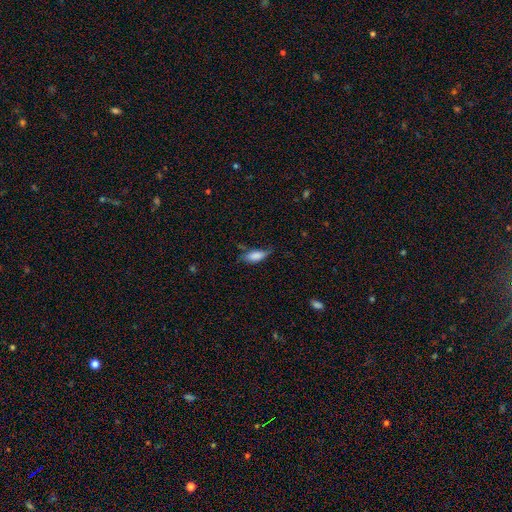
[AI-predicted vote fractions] Smooth or featured: smooth — 80% (featured or disk — 12%)
How rounded: in between — 79% (cigar-shaped — 19%)
Merging: none — 53% (minor disturbance — 34%)